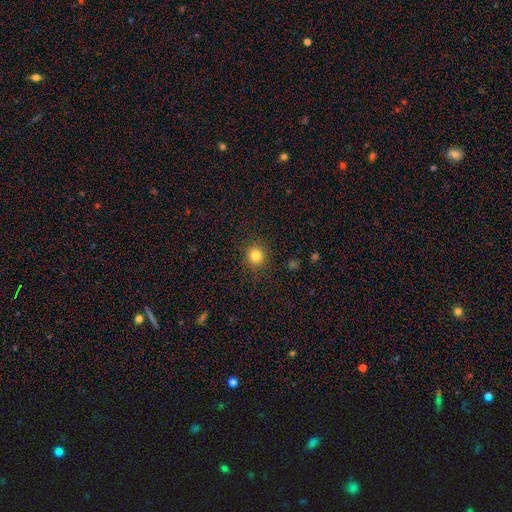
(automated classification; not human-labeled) This appears to be a smooth galaxy with no disk features (82%) that is round (91%). Merging: none (90%).